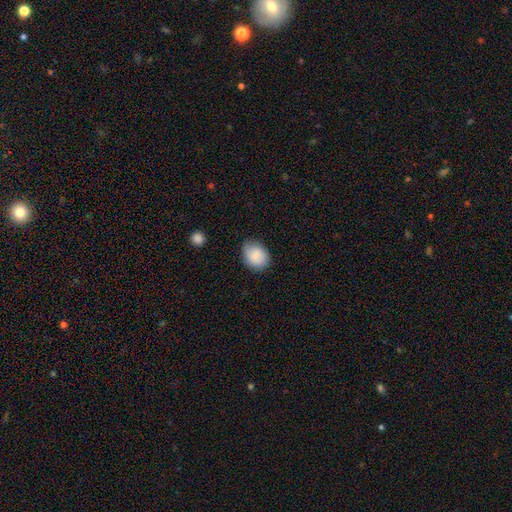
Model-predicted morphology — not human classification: Q: Smooth or featured?
A: smooth (82%); runner-up: featured or disk (10%)
Q: How rounded?
A: in between (57%); runner-up: round (42%)
Q: Merging?
A: none (67%); runner-up: minor disturbance (26%)